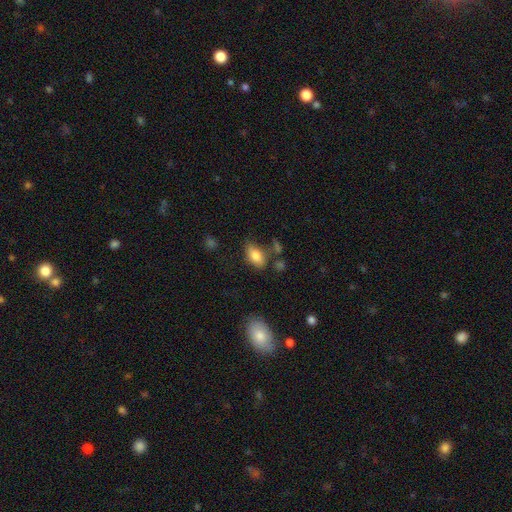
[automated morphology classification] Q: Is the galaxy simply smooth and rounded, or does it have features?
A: smooth — 81%.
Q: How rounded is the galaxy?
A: in between — 90%.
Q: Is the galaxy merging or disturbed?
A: none — 68%.